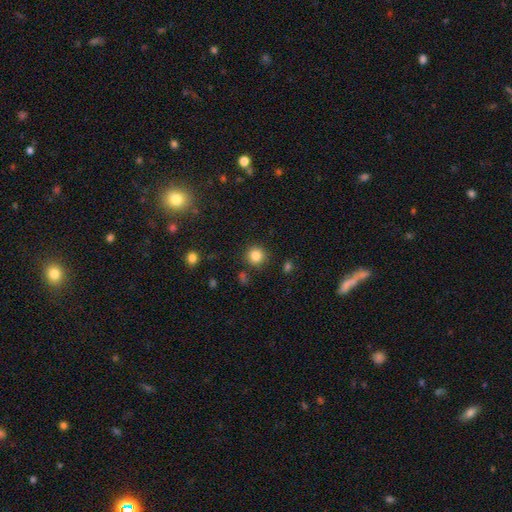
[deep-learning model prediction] This appears to be a smooth galaxy with no disk features (83%) that is round (93%). Merging: none (88%).